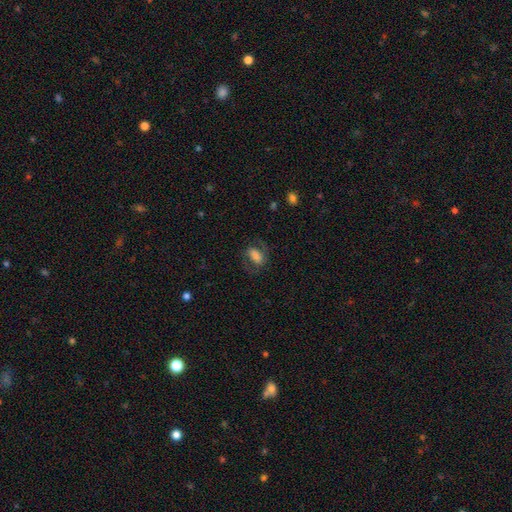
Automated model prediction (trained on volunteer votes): Smooth or featured? Predicted: smooth (p=0.60). How rounded? Predicted: in between (p=0.85). Merging? Predicted: none (p=0.64).